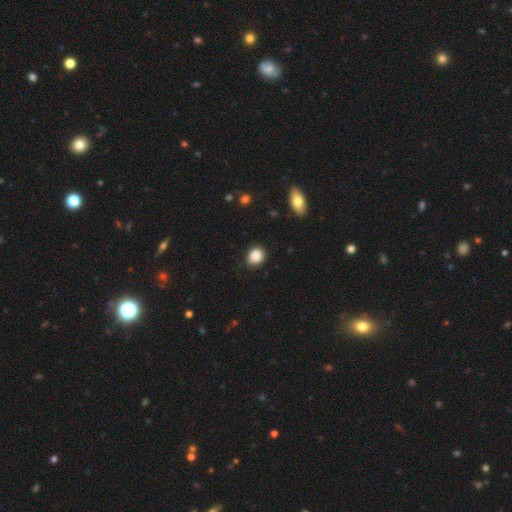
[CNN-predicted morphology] This appears to be a smooth galaxy with no disk features (88%) that is round (70%). Merging: none (83%).